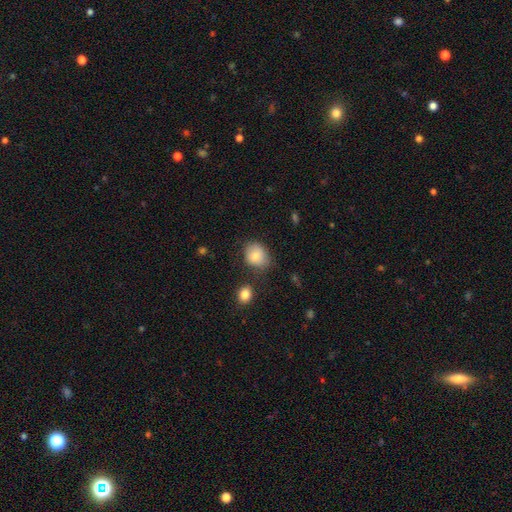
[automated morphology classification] smooth_or_featured: smooth (p=0.80) [alt: featured or disk p=0.11]
how_rounded: round (p=0.55) [alt: in between p=0.44]
merging: none (p=0.67) [alt: minor disturbance p=0.22]